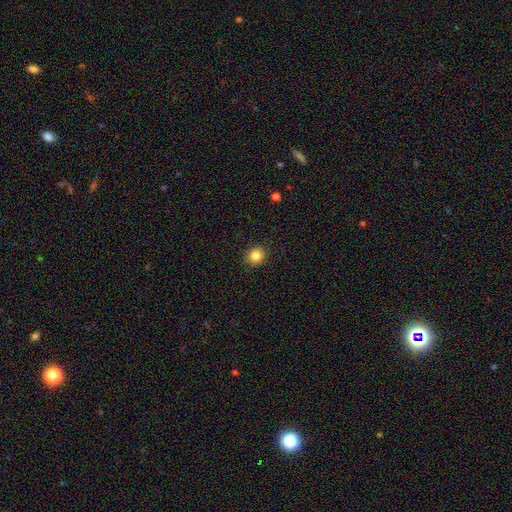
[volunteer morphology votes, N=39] A smooth galaxy with no disk features (85%) that is round (85%). Merging: none (80%).